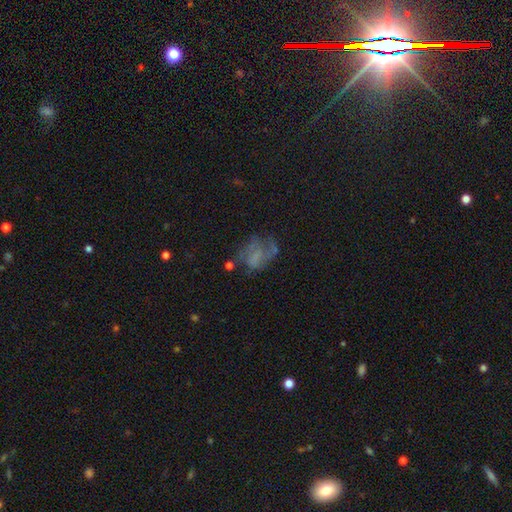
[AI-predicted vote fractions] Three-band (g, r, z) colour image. It shows a featured or disk galaxy (48%). Merging: none (37%).